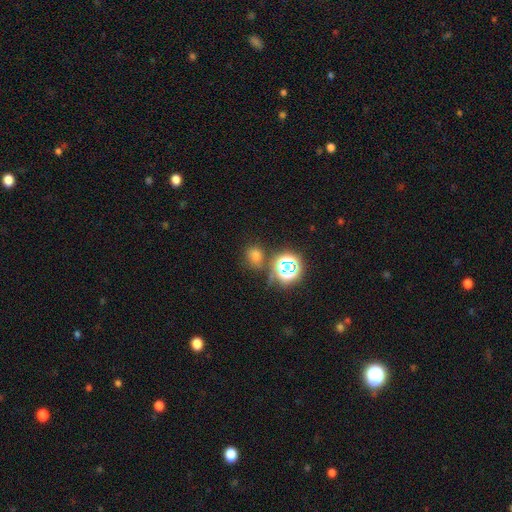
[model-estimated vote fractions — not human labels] The model was most divided on "smooth or featured": smooth: 54%, star or artifact: 38%, featured or disk: 7%. More confident: merging — none (72%); how rounded — round (67%).